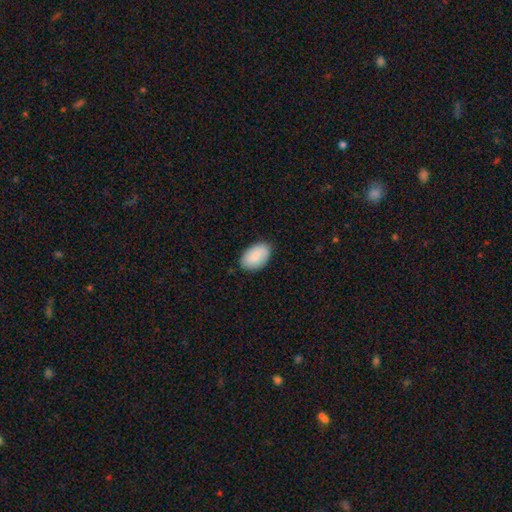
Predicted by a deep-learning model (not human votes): Q: Smooth or featured?
A: smooth (87%); runner-up: featured or disk (7%)
Q: How rounded?
A: in between (93%); runner-up: round (6%)
Q: Merging?
A: none (84%); runner-up: minor disturbance (12%)